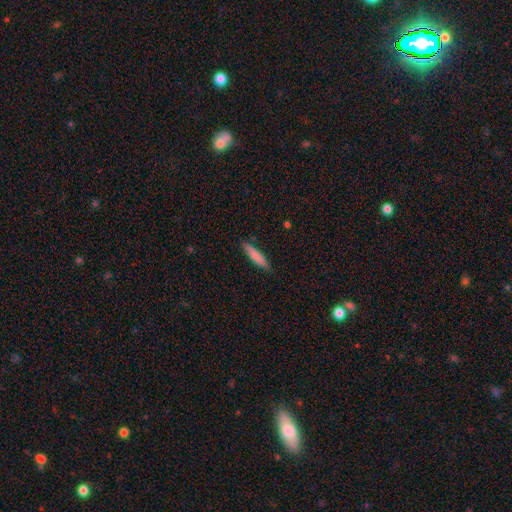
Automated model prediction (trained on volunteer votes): Smooth or featured? Predicted: smooth (p=0.81). How rounded? Predicted: cigar-shaped (p=0.84). Merging? Predicted: none (p=0.87).